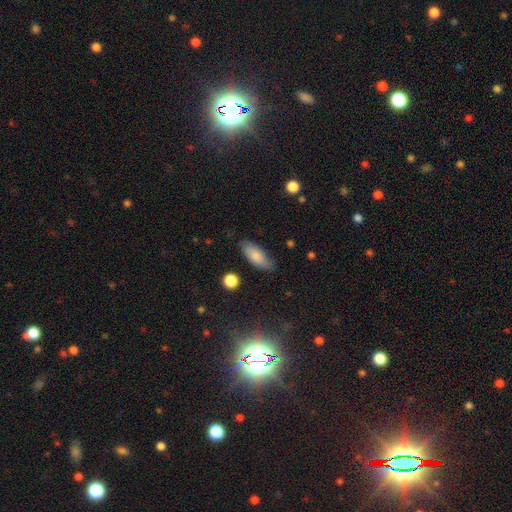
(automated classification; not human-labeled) The model was most divided on "how rounded": in between: 77%, cigar-shaped: 21%, round: 2%. More confident: merging — none (81%); smooth or featured — smooth (80%).